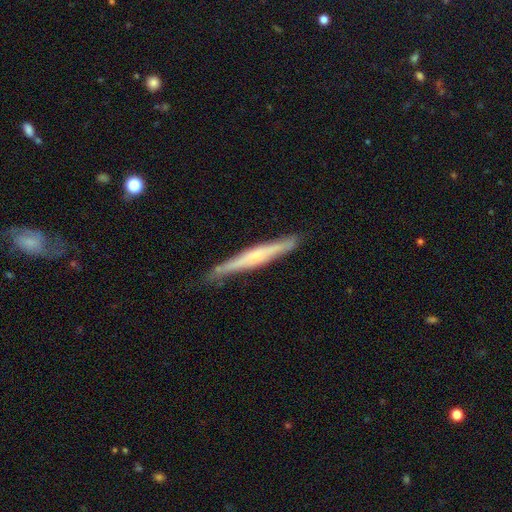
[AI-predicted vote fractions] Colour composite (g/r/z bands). It shows a featured or disk galaxy (64%) viewed edge-on (94%) with a rounded central bulge (56%). Merging: none (79%).